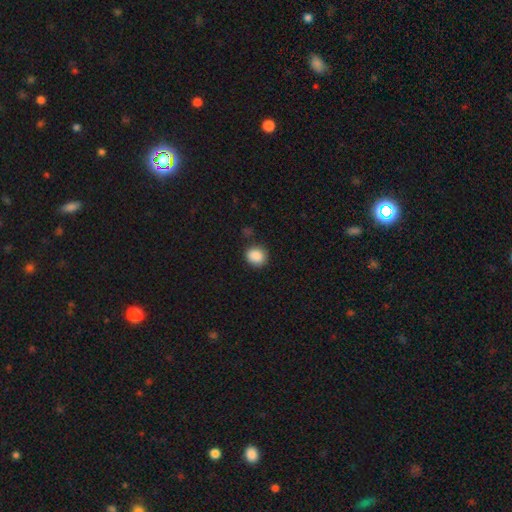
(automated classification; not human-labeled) Morphology: type=smooth (88%); roundness=round (72%); merging=none (82%).